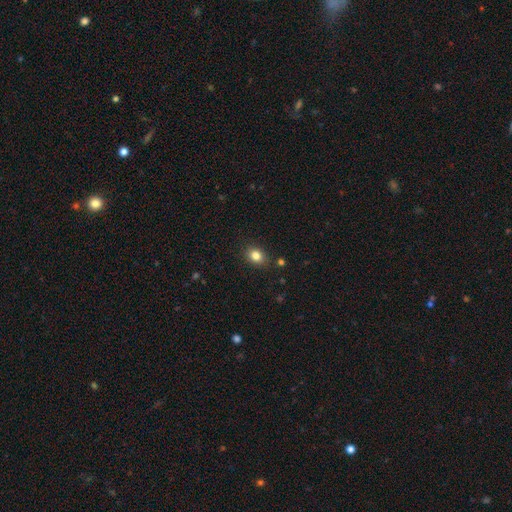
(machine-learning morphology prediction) Smooth or featured? smooth (83%)
How rounded? in between (57%)
Merging? none (86%)